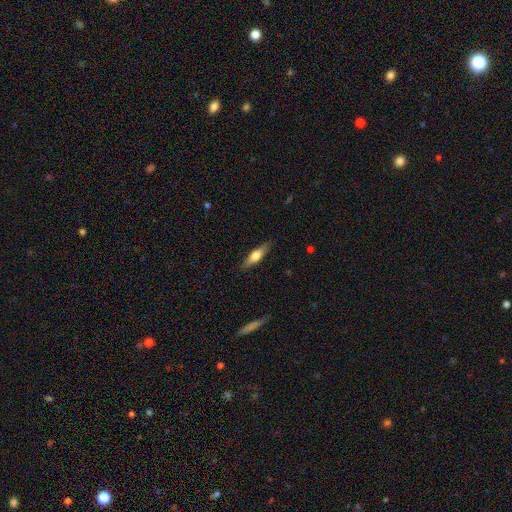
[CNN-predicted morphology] type=smooth (50%); roundness=cigar-shaped (66%); merging=none (87%).